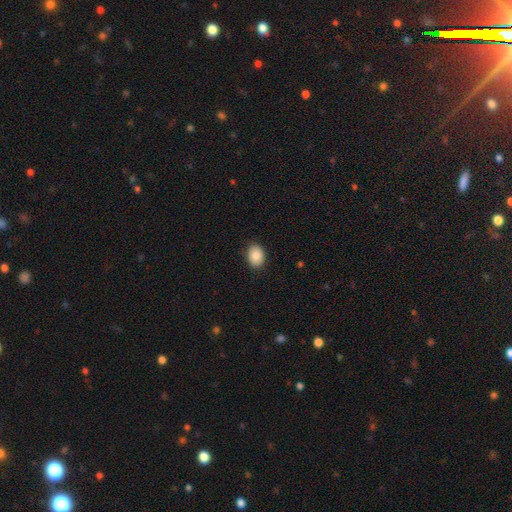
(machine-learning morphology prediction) Smooth or featured: smooth — 88% (star or artifact — 7%)
How rounded: in between — 72% (round — 27%)
Merging: none — 87% (minor disturbance — 9%)